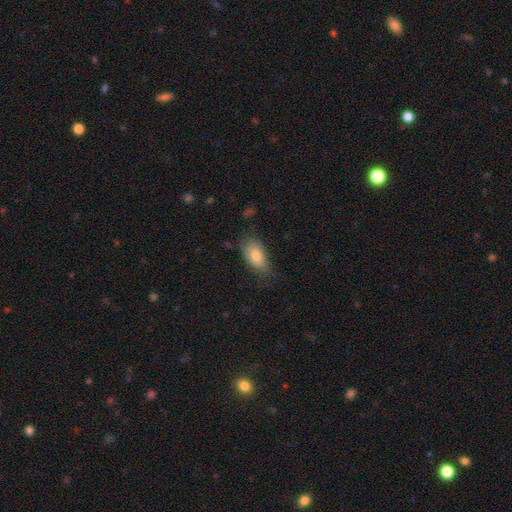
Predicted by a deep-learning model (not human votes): Smooth or featured? Predicted: smooth (p=0.79). How rounded? Predicted: in between (p=0.90). Merging? Predicted: none (p=0.65).